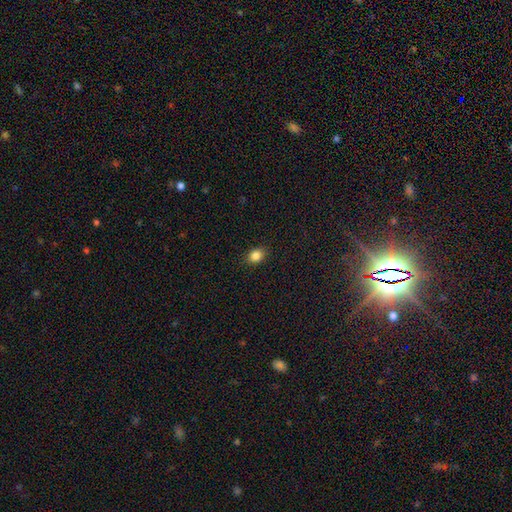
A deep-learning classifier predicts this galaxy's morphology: Smooth or featured?
  - smooth: 85% *
  - star or artifact: 10%
  - featured or disk: 5%
How rounded?
  - in between: 60% *
  - round: 39%
  - cigar-shaped: 1%
Merging?
  - none: 88% *
  - minor disturbance: 9%
  - major disturbance: 2%
  - merger: 1%